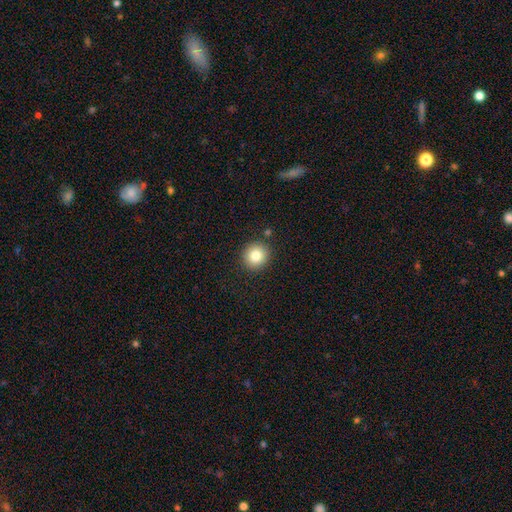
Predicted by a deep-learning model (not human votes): A smooth galaxy with no disk features (82%) that is round (91%).

Vote fractions:
- Smooth or featured? smooth: 82% / star or artifact: 10% / featured or disk: 8%
- How rounded? round: 91% / in between: 8% / cigar-shaped: 1%
- Merging? none: 89% / minor disturbance: 6% / merger: 2% / major disturbance: 2%